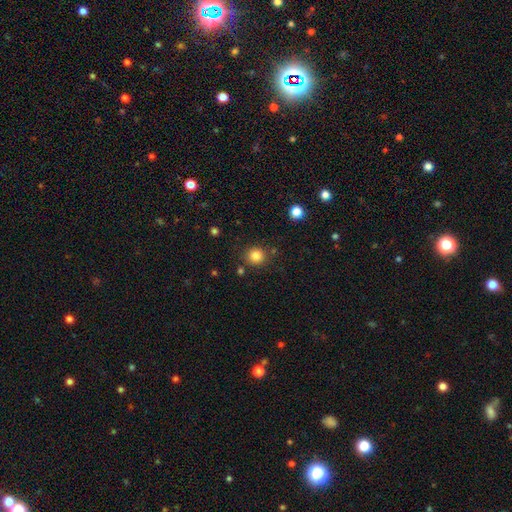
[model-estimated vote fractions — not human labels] Smooth or featured? Predicted: smooth (p=0.83). How rounded? Predicted: round (p=0.89). Merging? Predicted: none (p=0.84).